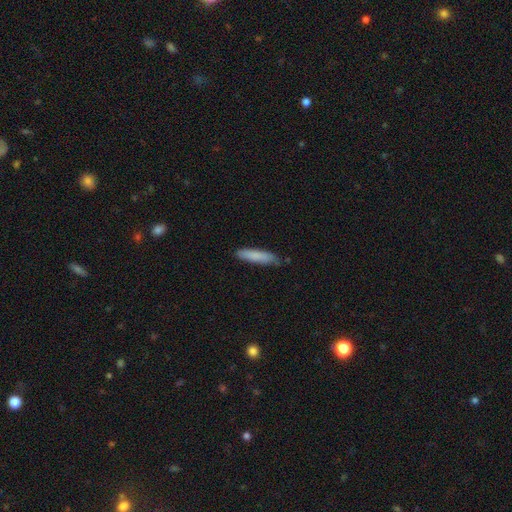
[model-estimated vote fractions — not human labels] Smooth or featured: smooth — 84% (featured or disk — 10%)
How rounded: cigar-shaped — 81% (in between — 18%)
Merging: none — 81% (minor disturbance — 15%)